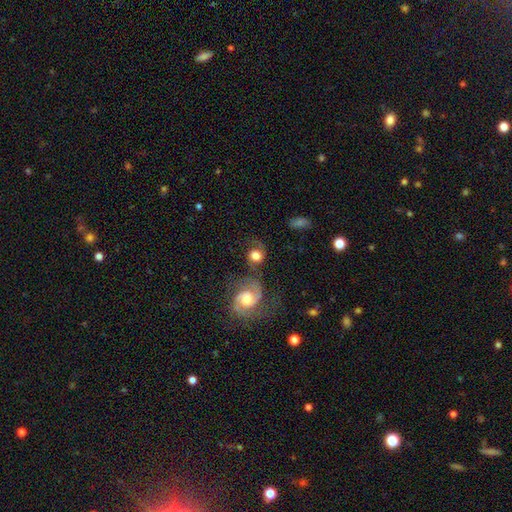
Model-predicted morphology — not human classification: smooth-or-featured: smooth: 46% | featured or disk: 44% | star or artifact: 9%
  merging: none: 50% | merger: 20% | minor disturbance: 17% | major disturbance: 12%